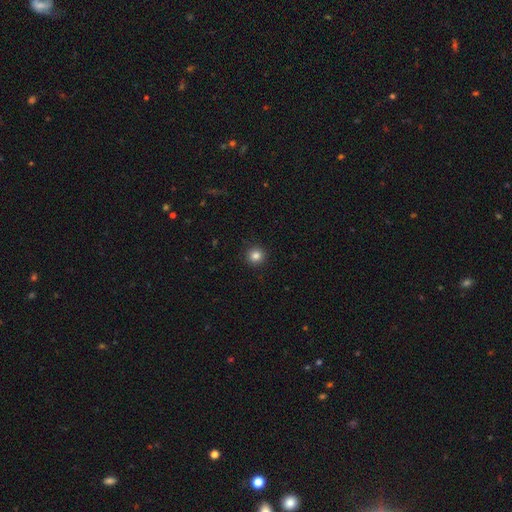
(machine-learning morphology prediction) Q: Smooth or featured?
A: smooth (84%); runner-up: star or artifact (12%)
Q: How rounded?
A: round (95%); runner-up: in between (4%)
Q: Merging?
A: none (92%); runner-up: minor disturbance (5%)